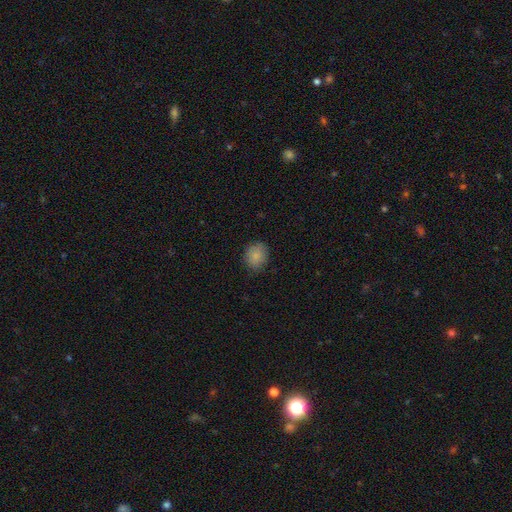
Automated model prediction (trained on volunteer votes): Smooth or featured? Predicted: smooth (p=0.84). How rounded? Predicted: round (p=0.63). Merging? Predicted: none (p=0.83).